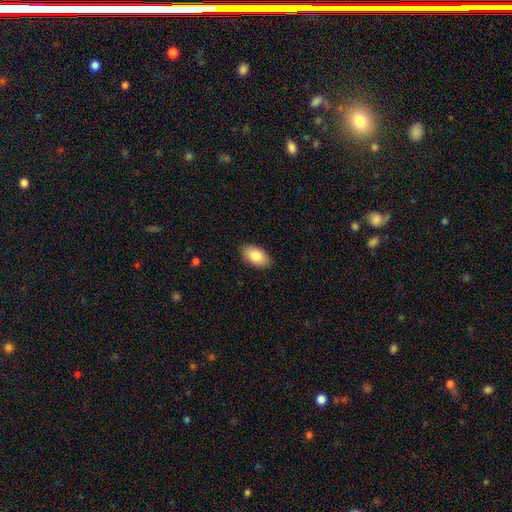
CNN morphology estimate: type=smooth (85%); roundness=in between (94%); merging=none (87%).